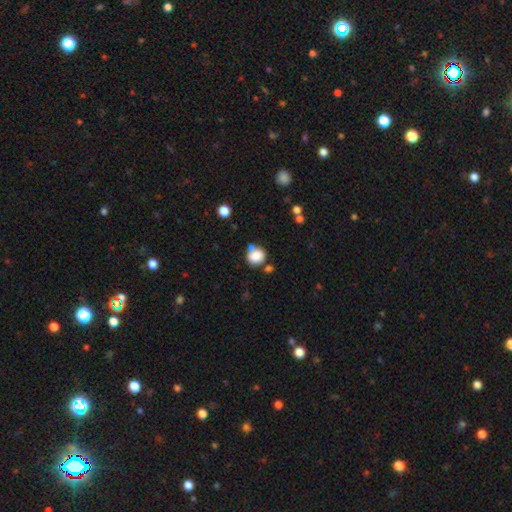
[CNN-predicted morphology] smooth-or-featured: smooth: 83% | star or artifact: 10% | featured or disk: 8%
  how-rounded: round: 75% | in between: 25% | cigar-shaped: 1%
  merging: none: 52% | merger: 22% | minor disturbance: 20% | major disturbance: 7%